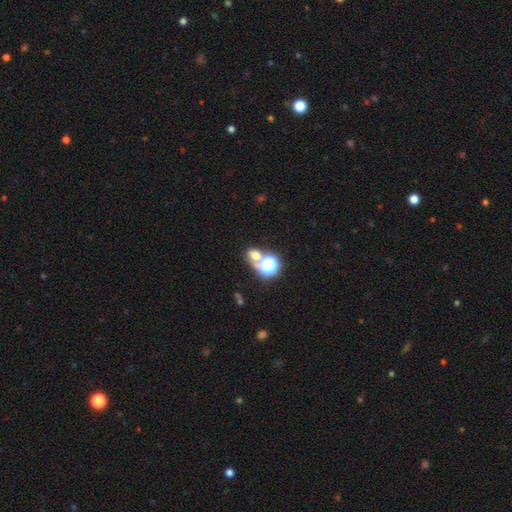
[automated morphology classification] Smooth or featured?
  - smooth: 57% *
  - star or artifact: 33%
  - featured or disk: 10%
How rounded?
  - round: 62% *
  - in between: 36%
  - cigar-shaped: 2%
Merging?
  - none: 50% *
  - merger: 36%
  - minor disturbance: 9%
  - major disturbance: 5%